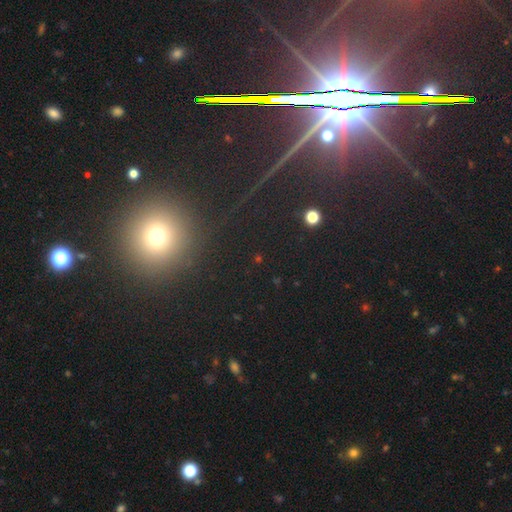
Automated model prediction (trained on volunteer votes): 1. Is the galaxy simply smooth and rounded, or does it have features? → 49% star or artifact, 36% smooth, 15% featured or disk.